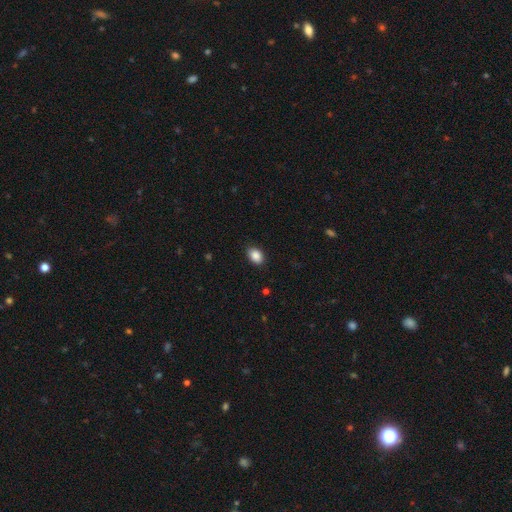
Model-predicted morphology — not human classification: Overall: smooth (89%). How rounded: in between (80%). Merging: none (87%).